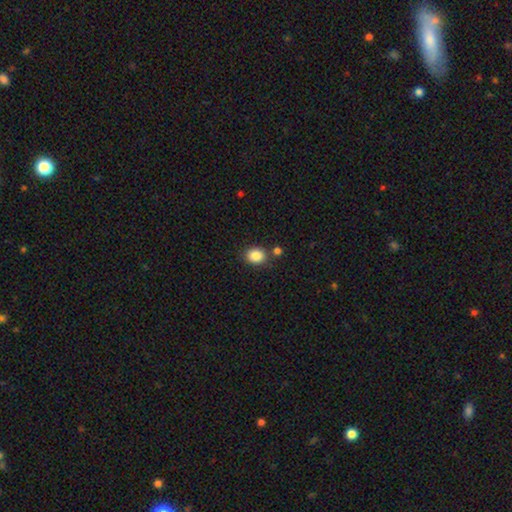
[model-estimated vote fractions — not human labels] Q: Smooth or featured?
A: smooth (86%); runner-up: star or artifact (9%)
Q: How rounded?
A: round (52%); runner-up: in between (47%)
Q: Merging?
A: none (77%); runner-up: minor disturbance (11%)